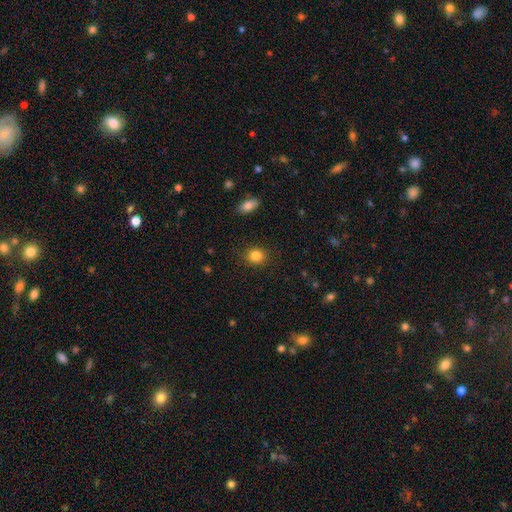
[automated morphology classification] Smooth or featured: smooth — 84% (star or artifact — 10%)
How rounded: round — 76% (in between — 23%)
Merging: none — 88% (minor disturbance — 8%)